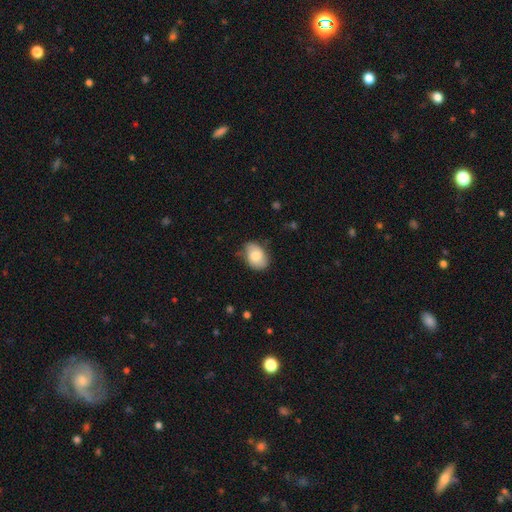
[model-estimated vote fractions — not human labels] This is likely a smooth galaxy (80%). How rounded: likely in between (80%). Merging: likely none (72%).